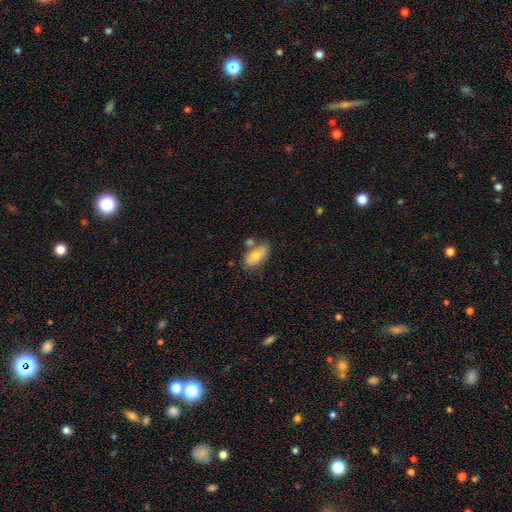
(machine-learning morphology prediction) The model was most divided on "merging": none: 60%, minor disturbance: 19%, merger: 17%, major disturbance: 5%. More confident: how rounded — in between (91%); smooth or featured — smooth (73%).